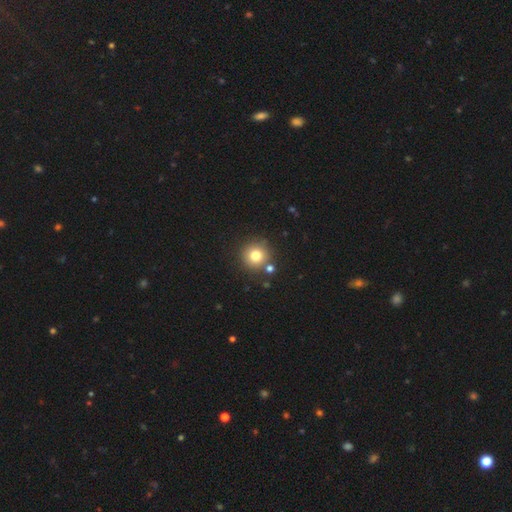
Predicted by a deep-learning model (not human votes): Overall: smooth (78%). How rounded: round (94%). Merging: none (83%).